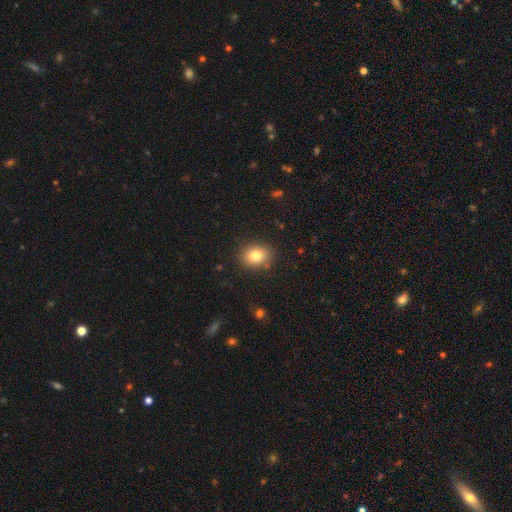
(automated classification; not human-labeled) Overall: smooth (80%). How rounded: round (52%; in between 47%). Merging: none (86%).